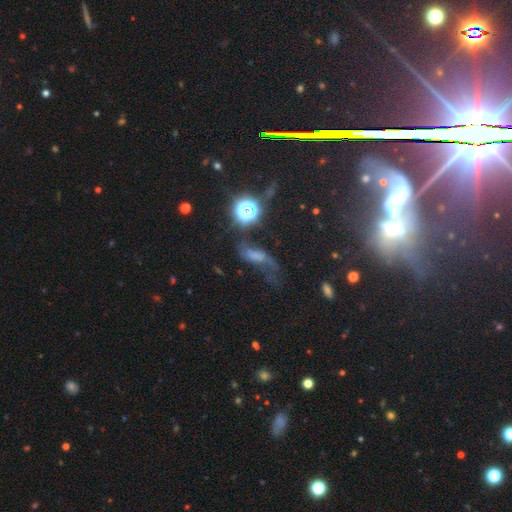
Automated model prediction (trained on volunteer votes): smooth-or-featured: smooth: 41% | featured or disk: 34% | star or artifact: 25%
  merging: major disturbance: 38% | none: 33% | minor disturbance: 21% | merger: 8%